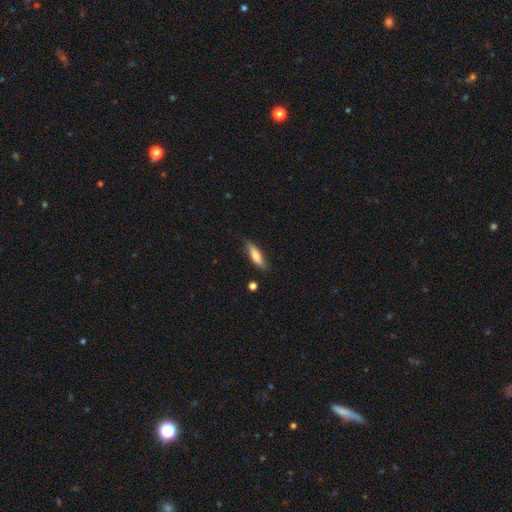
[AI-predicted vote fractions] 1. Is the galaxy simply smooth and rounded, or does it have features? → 74% smooth, 20% featured or disk, 6% star or artifact.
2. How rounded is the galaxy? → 61% cigar-shaped, 37% in between, 2% round.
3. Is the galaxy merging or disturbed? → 80% none, 16% minor disturbance, 3% major disturbance, 2% merger.